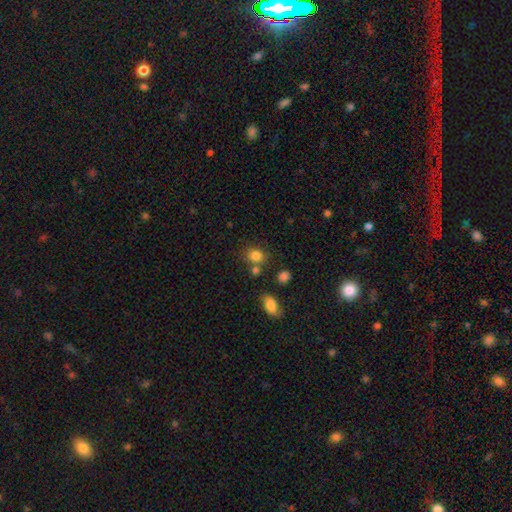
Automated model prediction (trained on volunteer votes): smooth-or-featured: smooth: 82% | star or artifact: 12% | featured or disk: 6%
  how-rounded: round: 64% | in between: 35% | cigar-shaped: 1%
  merging: none: 68% | merger: 15% | minor disturbance: 13% | major disturbance: 4%